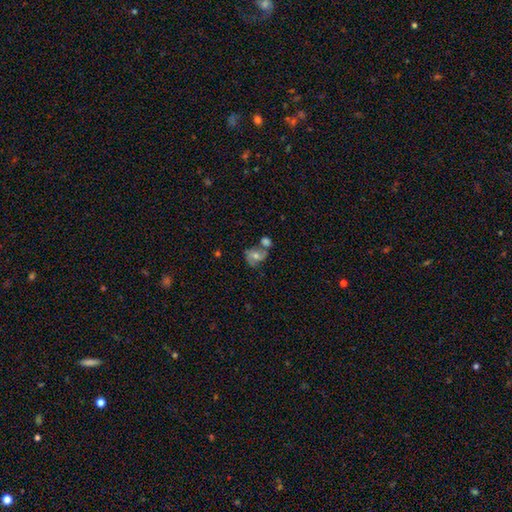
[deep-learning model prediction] This is possibly a featured or disk galaxy (60%). It is clearly not viewed edge-on (97%). Bar: likely no (63%). Spiral arm pattern: clearly yes (86%). Spiral arm count: likely 2 (75%). Spiral winding: possibly medium (50%). Central bulge: likely moderate (64%). Merging: marginally none (44%).